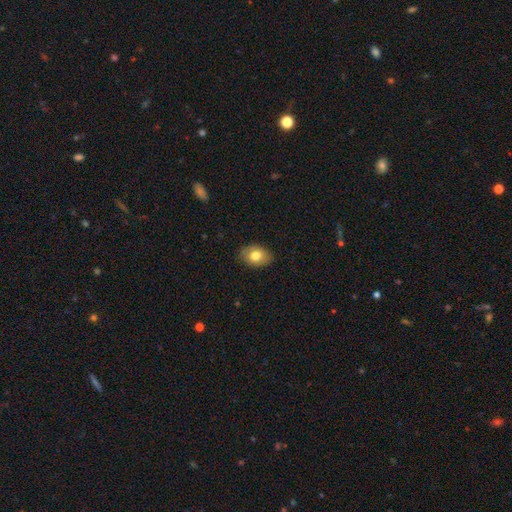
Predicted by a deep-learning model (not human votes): A smooth galaxy with no disk features (77%) that is in between round and cigar-shaped (79%). Merging: none (86%).